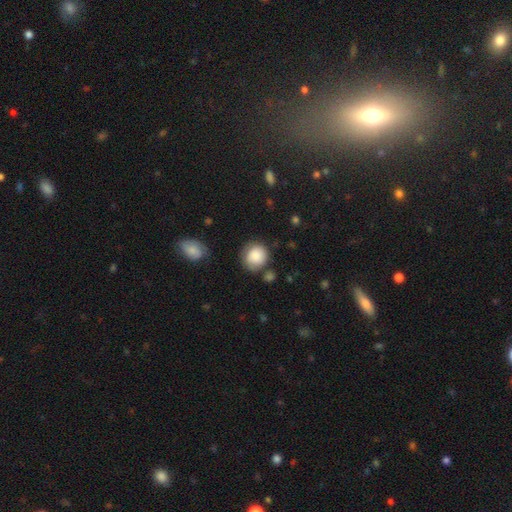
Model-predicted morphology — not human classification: type=smooth (85%); roundness=round (85%); merging=none (72%).